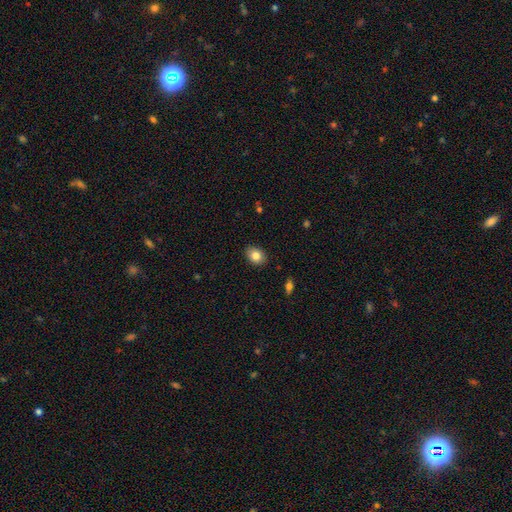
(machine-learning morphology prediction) A smooth galaxy with no disk features (83%) that is in between round and cigar-shaped (64%). Merging: none (88%).